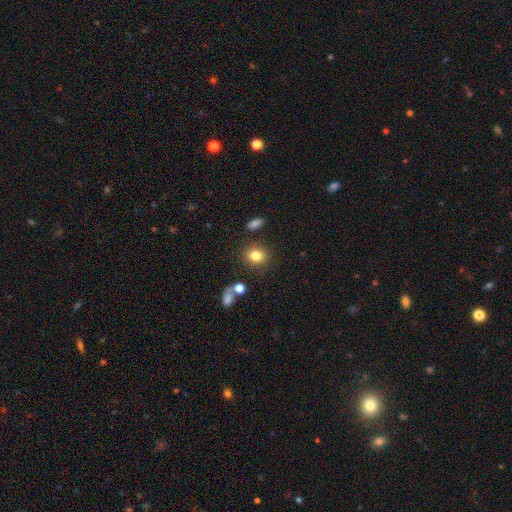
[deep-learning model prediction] Smooth or featured: smooth — 82% (star or artifact — 11%)
How rounded: round — 73% (in between — 26%)
Merging: none — 83% (minor disturbance — 9%)